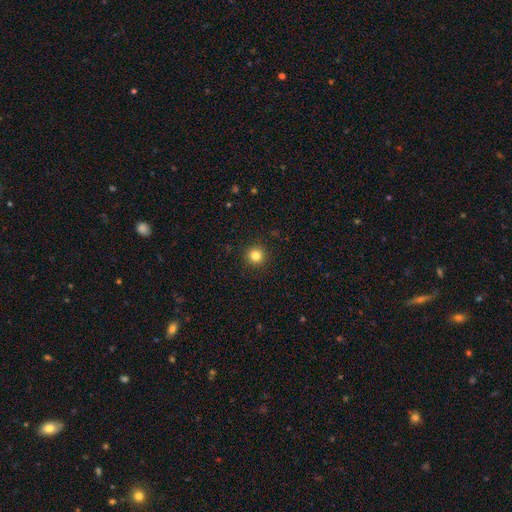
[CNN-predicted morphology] smooth 82%, star or artifact 12%, featured or disk 5%. Down the decision tree: how rounded — round (95%); merging — none (93%).